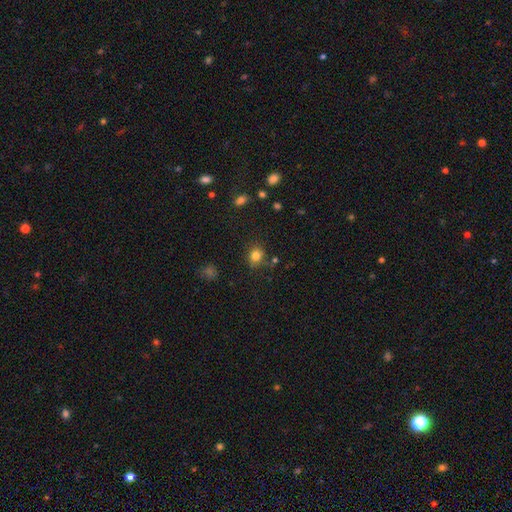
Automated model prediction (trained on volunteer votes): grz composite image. It shows a smooth galaxy with no disk features (81%) that is round (66%). Merging: none (78%).